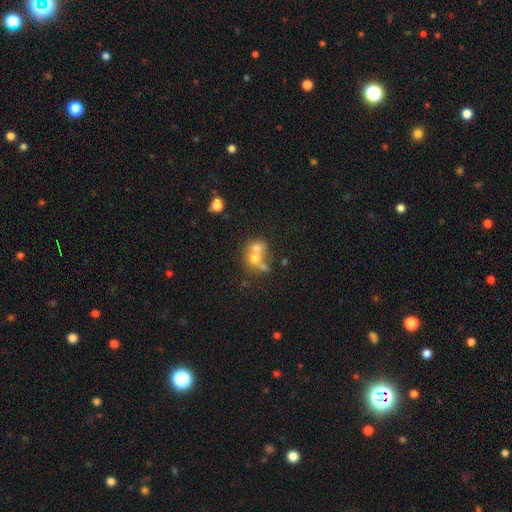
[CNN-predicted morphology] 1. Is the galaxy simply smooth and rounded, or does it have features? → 59% smooth, 28% featured or disk, 14% star or artifact.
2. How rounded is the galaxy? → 67% round, 32% in between, 1% cigar-shaped.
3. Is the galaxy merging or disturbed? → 65% merger, 24% none, 7% minor disturbance, 4% major disturbance.